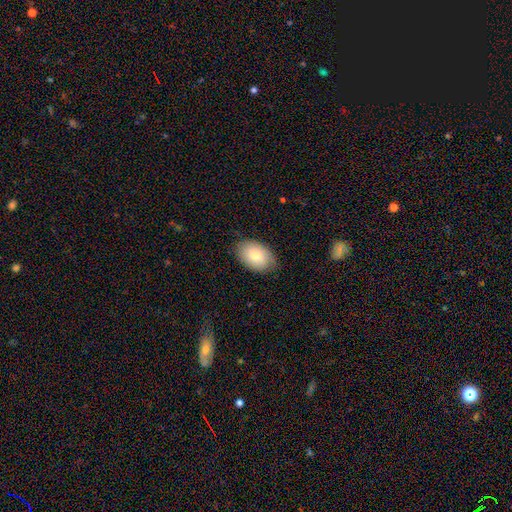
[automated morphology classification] Overall: smooth (79%). How rounded: in between (87%). Merging: none (83%).